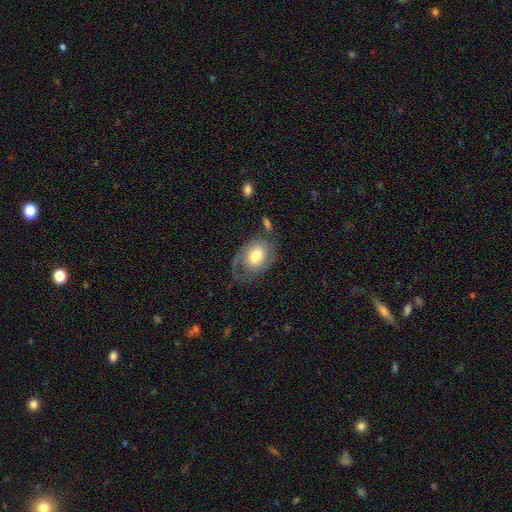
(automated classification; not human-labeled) A smooth galaxy with no disk features (48%). Merging: none (45%).